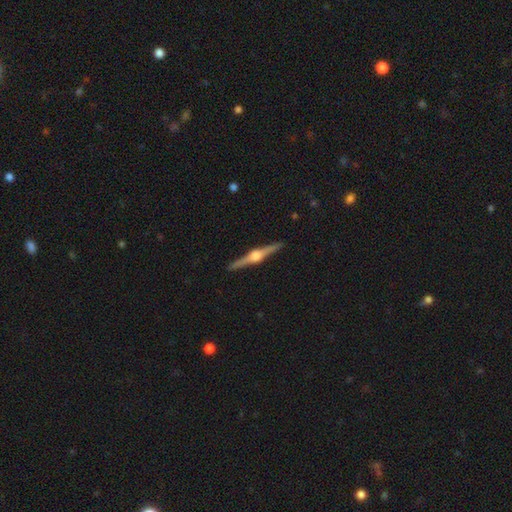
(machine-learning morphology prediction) A featured or disk galaxy (87%) viewed edge-on (99%) with a rounded central bulge (94%).

Vote fractions:
- Smooth or featured? featured or disk: 87% / smooth: 8% / star or artifact: 5%
- Edge-on disk? yes: 99% / no: 1%
- Edge-on bulge? rounded: 94% / boxy: 4% / none: 2%
- Merging? none: 92% / minor disturbance: 6% / major disturbance: 1% / merger: 1%